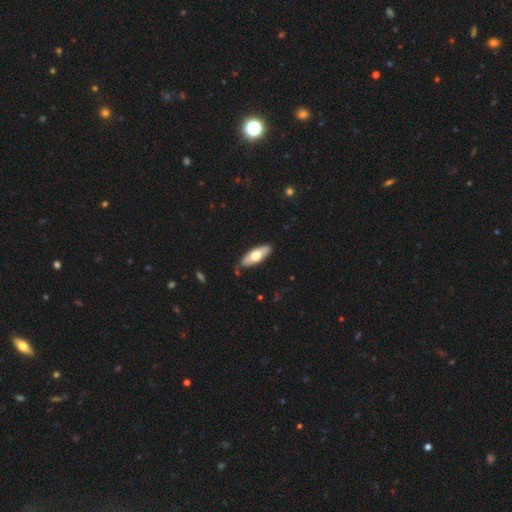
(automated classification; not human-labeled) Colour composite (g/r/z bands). It shows a smooth galaxy with no disk features (60%) that is in between round and cigar-shaped (69%). Merging: none (83%).